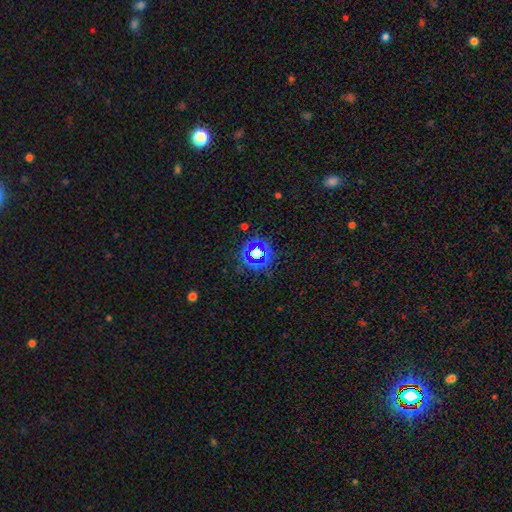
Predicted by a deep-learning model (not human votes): Q: Smooth or featured?
A: star or artifact (68%); runner-up: smooth (22%)